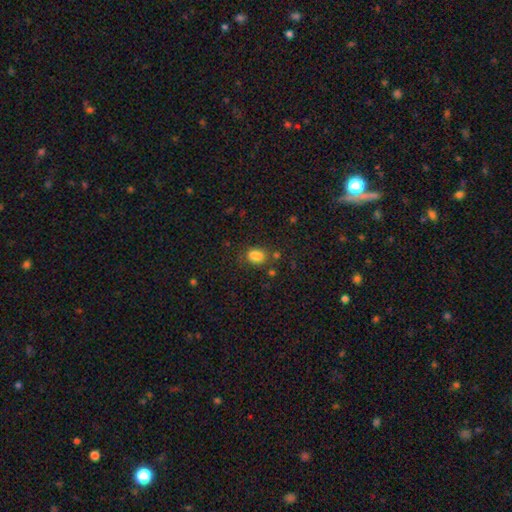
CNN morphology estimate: Smooth or featured? Predicted: smooth (p=0.82). How rounded? Predicted: in between (p=0.63). Merging? Predicted: none (p=0.62).